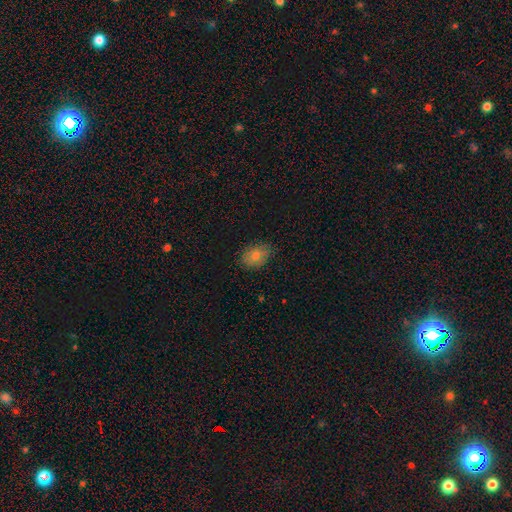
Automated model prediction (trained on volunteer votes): A smooth galaxy with no disk features (76%) that is in between round and cigar-shaped (73%). Merging: none (78%).